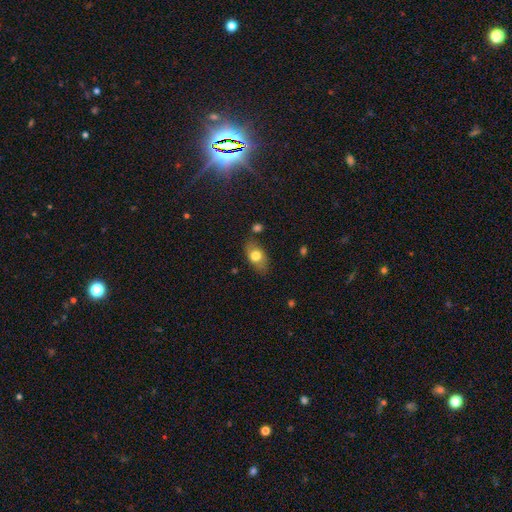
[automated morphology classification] A smooth galaxy with no disk features (72%) that is in between round and cigar-shaped (87%).

Vote fractions:
- Smooth or featured? smooth: 72% / featured or disk: 20% / star or artifact: 8%
- How rounded? in between: 87% / round: 9% / cigar-shaped: 4%
- Merging? none: 77% / minor disturbance: 15% / major disturbance: 4% / merger: 4%